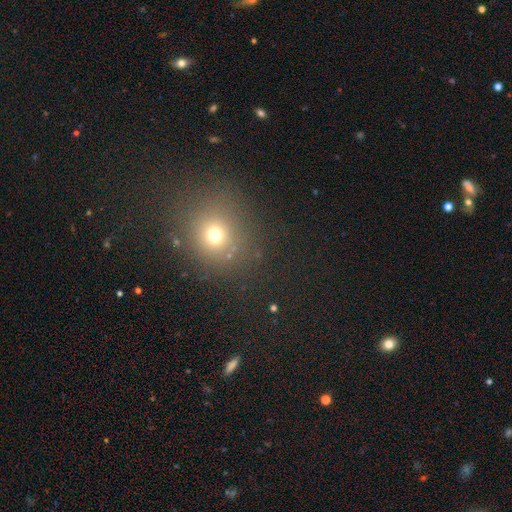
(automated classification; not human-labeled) Morphology: type=smooth (59%); roundness=round (80%); merging=none (86%).